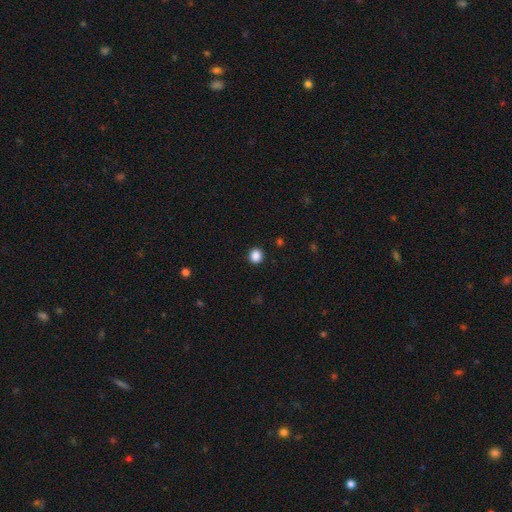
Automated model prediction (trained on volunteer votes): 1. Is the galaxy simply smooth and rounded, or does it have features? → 87% smooth, 10% star or artifact, 3% featured or disk.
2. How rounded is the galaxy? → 87% round, 12% in between, 1% cigar-shaped.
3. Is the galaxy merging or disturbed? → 92% none, 5% minor disturbance, 2% major disturbance, 1% merger.